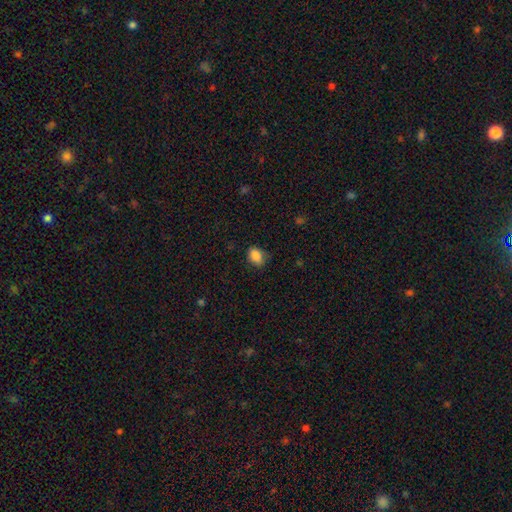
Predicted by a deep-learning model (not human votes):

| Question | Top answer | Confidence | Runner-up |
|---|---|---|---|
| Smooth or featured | smooth | 86% | star or artifact (9%) |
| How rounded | in between | 67% | round (31%) |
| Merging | none | 72% | minor disturbance (22%) |